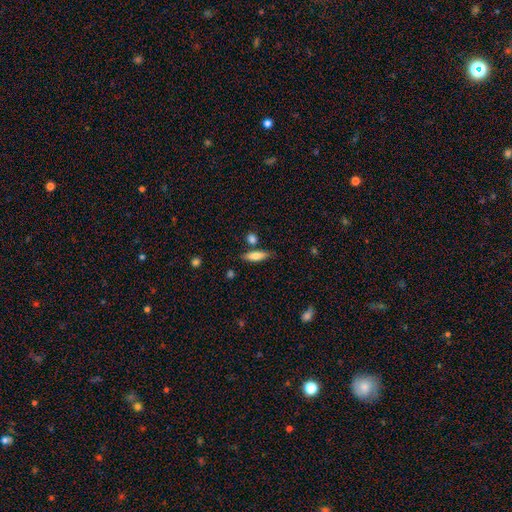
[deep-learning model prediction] smooth-or-featured: smooth: 76% | featured or disk: 18% | star or artifact: 7%
  how-rounded: cigar-shaped: 50% | in between: 47% | round: 3%
  merging: none: 75% | minor disturbance: 13% | merger: 9% | major disturbance: 3%